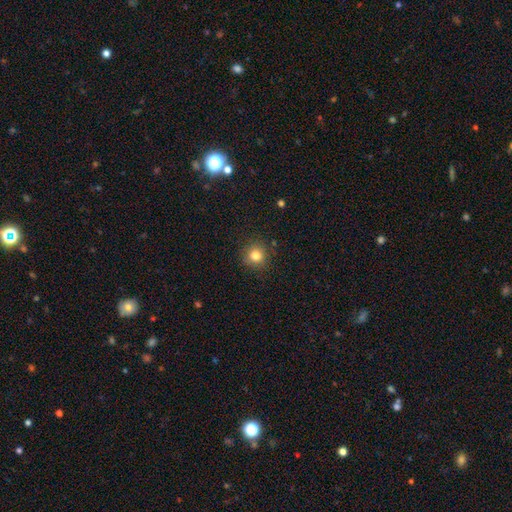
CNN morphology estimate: smooth_or_featured: smooth (p=0.81) [alt: star or artifact p=0.12]
how_rounded: round (p=0.91) [alt: in between p=0.08]
merging: none (p=0.88) [alt: minor disturbance p=0.08]